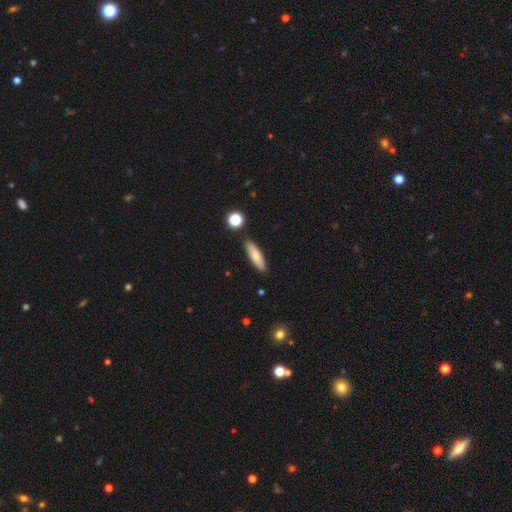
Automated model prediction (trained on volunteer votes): smooth-or-featured: smooth: 79% | featured or disk: 14% | star or artifact: 7%
  how-rounded: cigar-shaped: 58% | in between: 40% | round: 2%
  merging: none: 86% | minor disturbance: 10% | merger: 3% | major disturbance: 2%